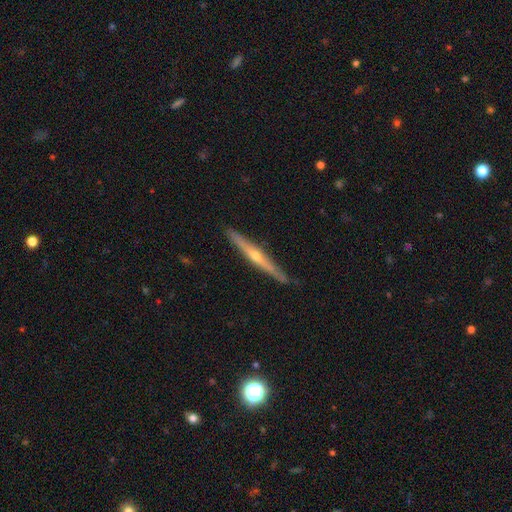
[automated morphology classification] smooth_or_featured: featured or disk (p=0.74) [alt: smooth p=0.20]
disk_edge_on: yes (p=0.97) [alt: no p=0.03]
edge_on_bulge: rounded (p=0.82) [alt: none p=0.16]
merging: none (p=0.88) [alt: minor disturbance p=0.09]